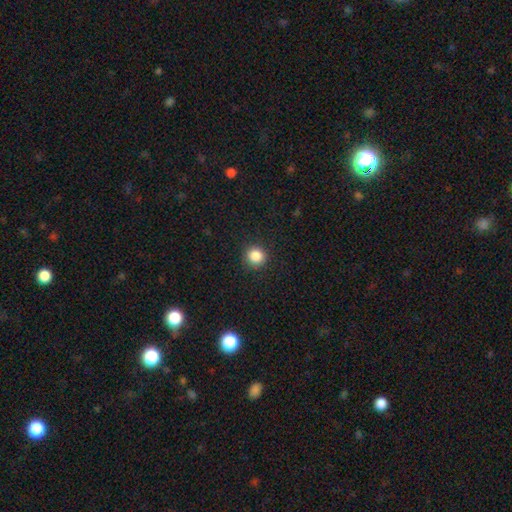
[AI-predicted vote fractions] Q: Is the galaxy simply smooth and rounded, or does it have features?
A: smooth — 86%.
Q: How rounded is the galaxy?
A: round — 92%.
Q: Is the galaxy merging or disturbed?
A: none — 90%.